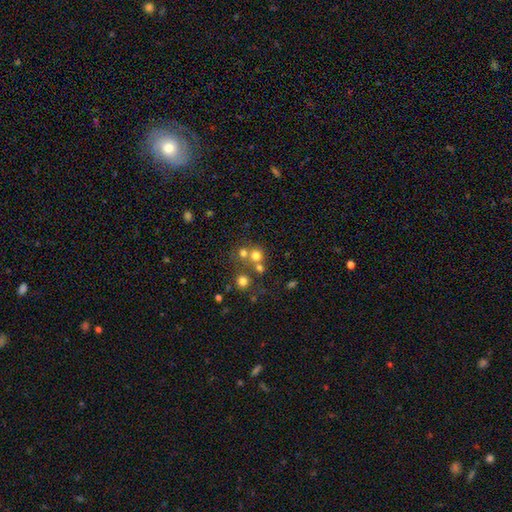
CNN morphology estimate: Smooth or featured? Predicted: smooth (p=0.67). How rounded? Predicted: round (p=0.87). Merging? Predicted: none (p=0.52).